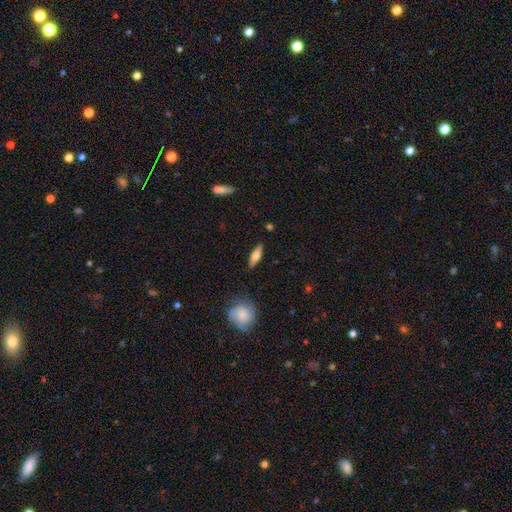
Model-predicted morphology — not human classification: Smooth or featured? Predicted: smooth (p=0.54). How rounded? Predicted: in between (p=0.51). Merging? Predicted: none (p=0.87).